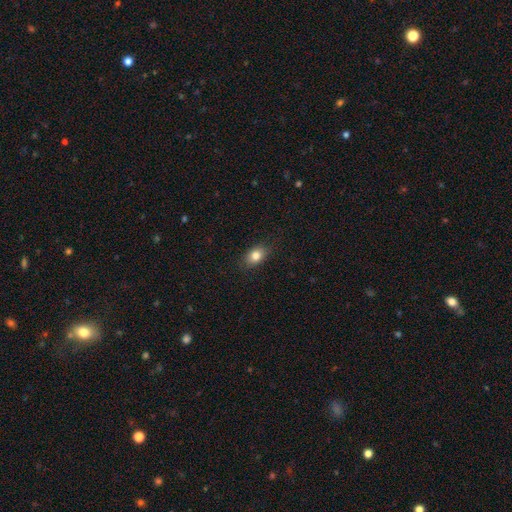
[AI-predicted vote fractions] smooth_or_featured: smooth (p=0.81) [alt: featured or disk p=0.09]
how_rounded: in between (p=0.77) [alt: round p=0.21]
merging: none (p=0.85) [alt: minor disturbance p=0.11]